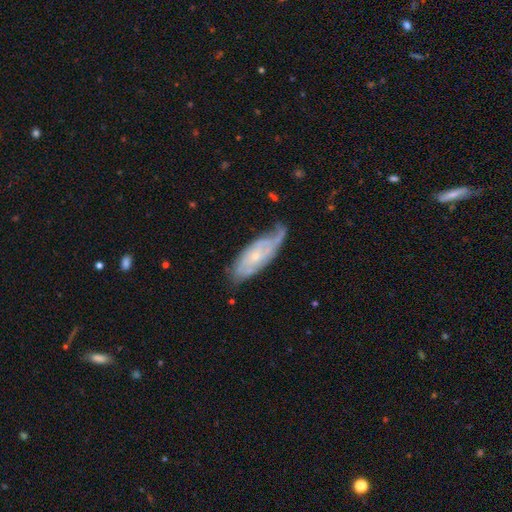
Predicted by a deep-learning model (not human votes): Smooth or featured: featured or disk — 71% (smooth — 22%)
Edge-on disk: no — 87% (yes — 13%)
Bar: no — 73% (weak — 23%)
Spiral arms: yes — 84% (no — 16%)
Spiral winding: tight — 55% (medium — 32%)
Spiral arm count: can't tell — 45% (2 — 31%)
Bulge size: small — 71% (moderate — 24%)
Merging: none — 52% (minor disturbance — 31%)